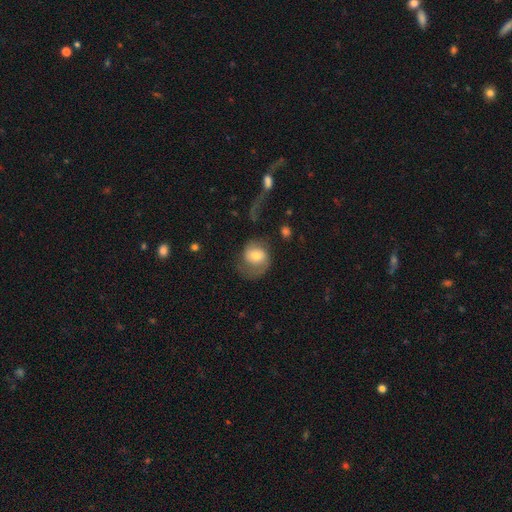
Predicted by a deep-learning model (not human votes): Q: Smooth or featured?
A: featured or disk (51%); runner-up: smooth (42%)
Q: Edge-on disk?
A: no (97%); runner-up: yes (3%)
Q: Merging?
A: none (46%); runner-up: major disturbance (30%)